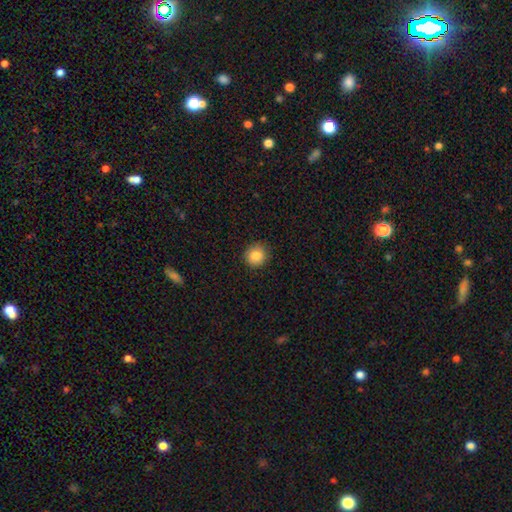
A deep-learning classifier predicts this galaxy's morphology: smooth-or-featured: smooth: 85% | star or artifact: 9% | featured or disk: 5%
  how-rounded: round: 90% | in between: 9% | cigar-shaped: 1%
  merging: none: 90% | minor disturbance: 7% | major disturbance: 2% | merger: 1%